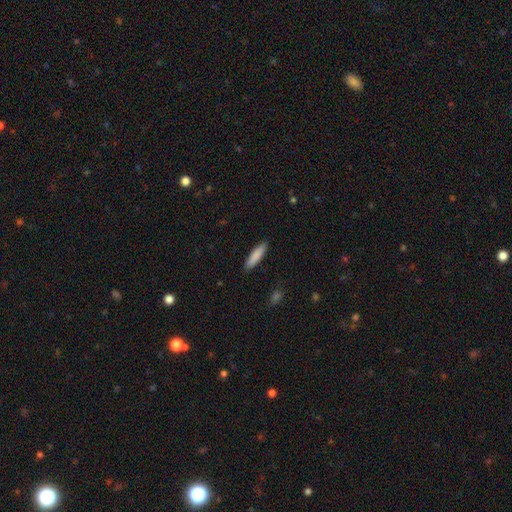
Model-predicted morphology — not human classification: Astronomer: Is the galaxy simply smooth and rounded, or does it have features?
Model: smooth — 86%.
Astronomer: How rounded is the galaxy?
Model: cigar-shaped — 75%.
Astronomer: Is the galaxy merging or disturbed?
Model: none — 90%.